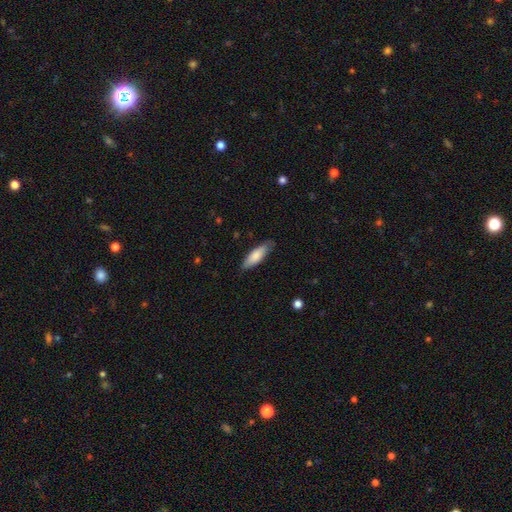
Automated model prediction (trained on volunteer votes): A smooth galaxy with no disk features (79%) that is in between round and cigar-shaped (54%).

Vote fractions:
- Smooth or featured? smooth: 79% / featured or disk: 15% / star or artifact: 5%
- How rounded? in between: 54% / cigar-shaped: 45% / round: 2%
- Merging? none: 83% / minor disturbance: 14% / major disturbance: 2% / merger: 1%